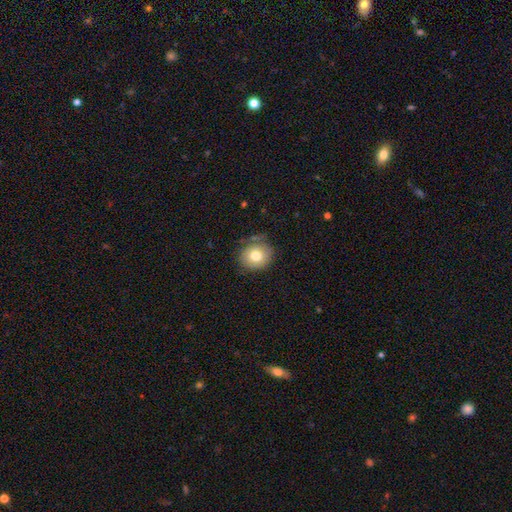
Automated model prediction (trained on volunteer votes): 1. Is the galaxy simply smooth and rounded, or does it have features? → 77% smooth, 13% featured or disk, 10% star or artifact.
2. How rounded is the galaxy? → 79% round, 21% in between, 1% cigar-shaped.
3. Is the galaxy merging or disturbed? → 76% none, 17% minor disturbance, 4% major disturbance, 3% merger.